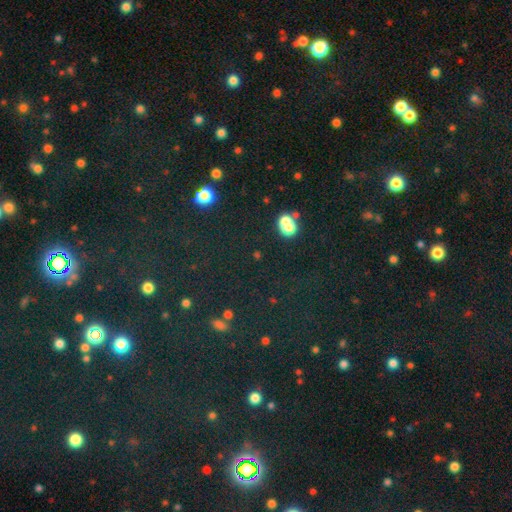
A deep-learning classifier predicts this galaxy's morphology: smooth-or-featured: star or artifact: 74% | smooth: 19% | featured or disk: 7%